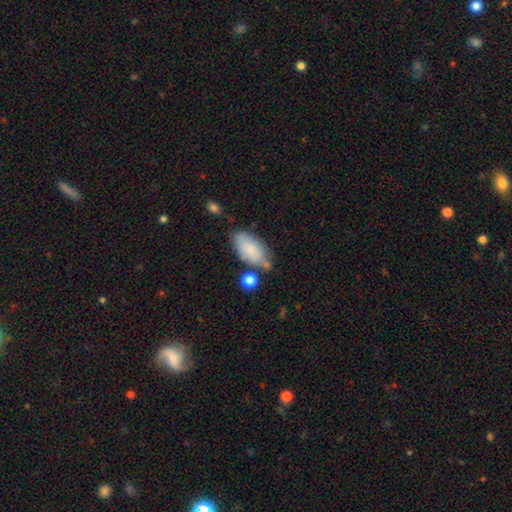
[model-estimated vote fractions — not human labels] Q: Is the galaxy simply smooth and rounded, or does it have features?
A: smooth — 82%.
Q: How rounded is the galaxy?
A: in between — 93%.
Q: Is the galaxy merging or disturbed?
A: none — 56%.